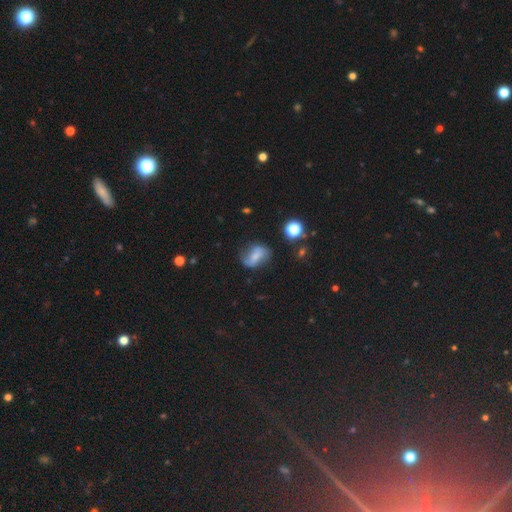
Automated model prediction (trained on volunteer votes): Morphology: type=featured or disk (48%); merging=none (58%).